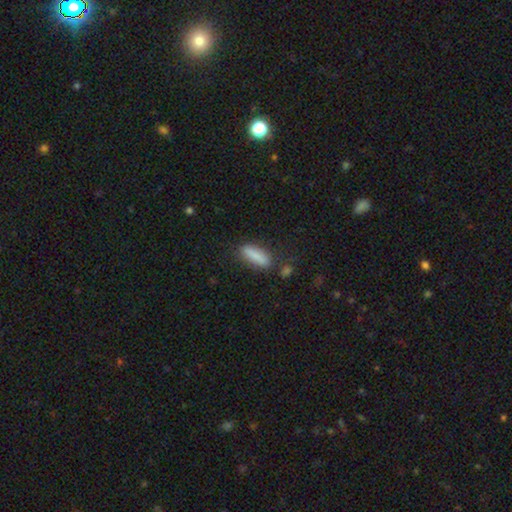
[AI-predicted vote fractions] smooth_or_featured: smooth (p=0.86) [alt: featured or disk p=0.08]
how_rounded: cigar-shaped (p=0.61) [alt: in between p=0.36]
merging: none (p=0.80) [alt: minor disturbance p=0.12]